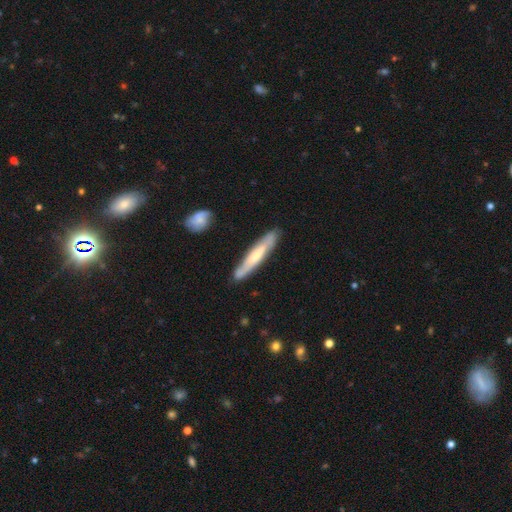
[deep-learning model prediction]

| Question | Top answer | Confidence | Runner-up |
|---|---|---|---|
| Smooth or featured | featured or disk | 49% | smooth (46%) |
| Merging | none | 82% | minor disturbance (13%) |